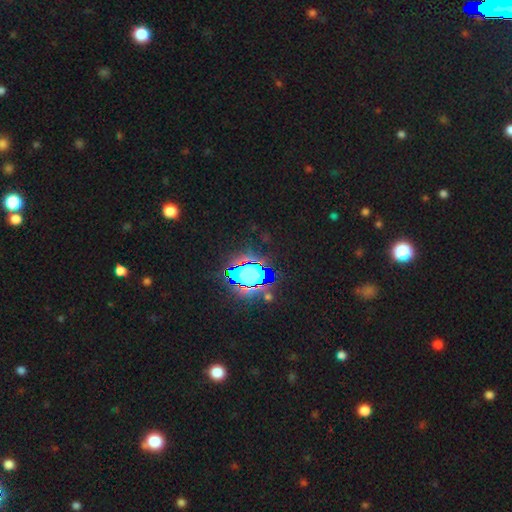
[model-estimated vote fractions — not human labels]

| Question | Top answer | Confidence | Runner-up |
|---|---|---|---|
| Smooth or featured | star or artifact | 79% | smooth (13%) |